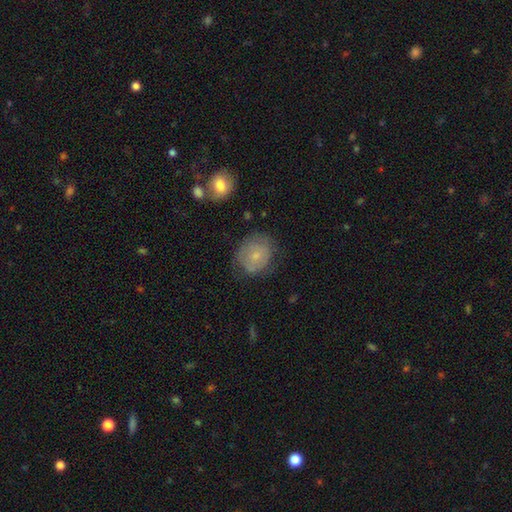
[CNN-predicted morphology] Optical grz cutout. It shows a smooth galaxy with no disk features (63%) that is round (70%). Merging: none (64%).